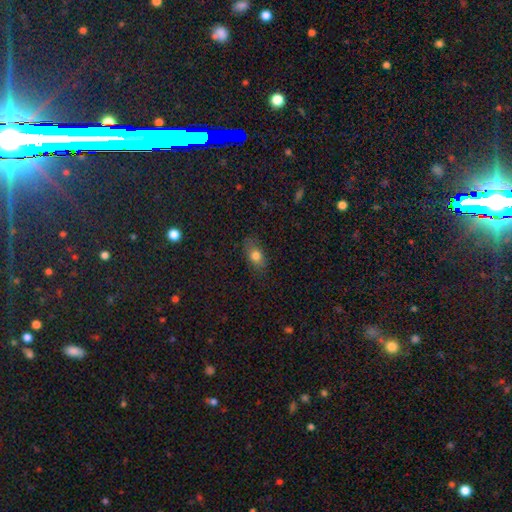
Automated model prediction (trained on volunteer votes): Smooth or featured? smooth (77%)
How rounded? in between (80%)
Merging? none (81%)